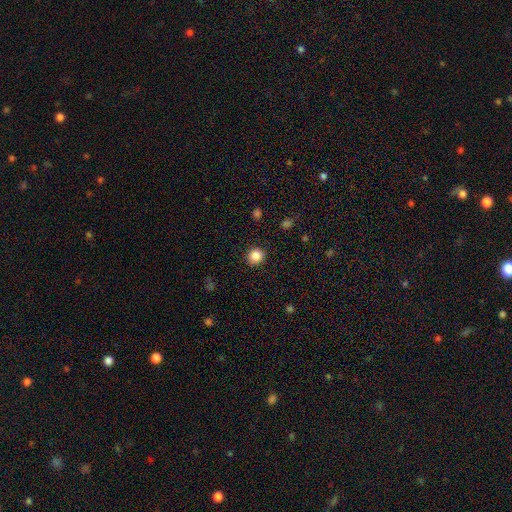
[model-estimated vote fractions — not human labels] A smooth galaxy with no disk features (86%) that is round (92%). Merging: none (91%).